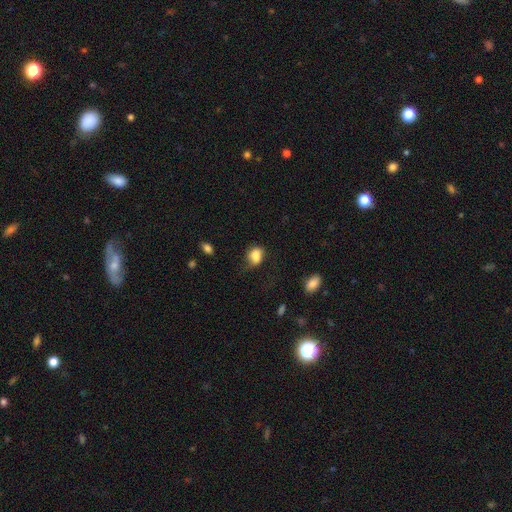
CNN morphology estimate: Smooth or featured?
  - smooth: 83% *
  - star or artifact: 9%
  - featured or disk: 8%
How rounded?
  - in between: 70% *
  - round: 29%
  - cigar-shaped: 1%
Merging?
  - none: 46% *
  - minor disturbance: 33%
  - major disturbance: 18%
  - merger: 3%